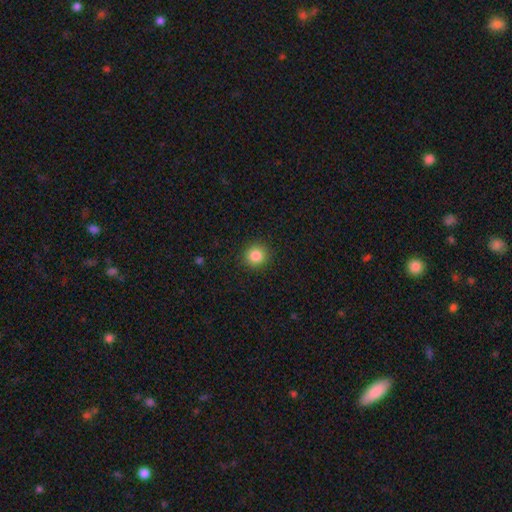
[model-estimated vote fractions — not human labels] smooth-or-featured: smooth: 85% | star or artifact: 10% | featured or disk: 5%
  how-rounded: round: 91% | in between: 8% | cigar-shaped: 1%
  merging: none: 91% | minor disturbance: 6% | major disturbance: 2% | merger: 1%